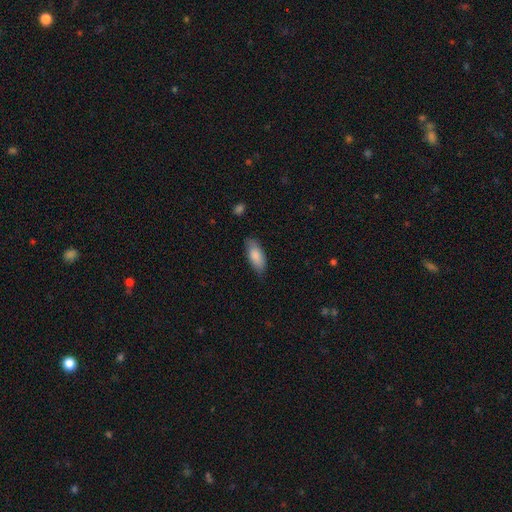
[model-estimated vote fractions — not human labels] This is clearly a smooth galaxy (85%). How rounded: clearly in between (83%). Merging: likely none (76%).